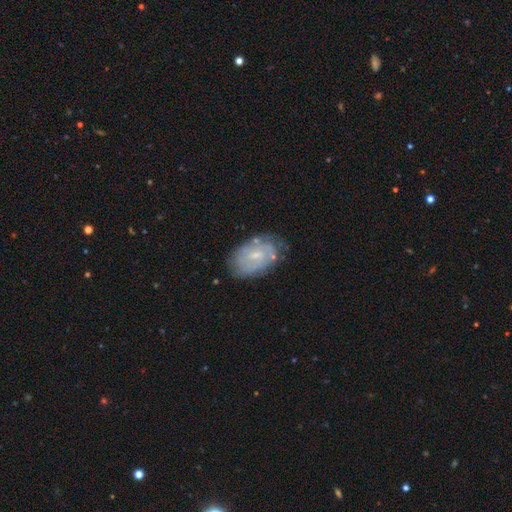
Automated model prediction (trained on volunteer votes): Smooth or featured: featured or disk — 67% (smooth — 26%)
Edge-on disk: no — 96% (yes — 4%)
Bar: no — 50% (weak — 44%)
Spiral arms: yes — 76% (no — 24%)
Bulge size: small — 61% (moderate — 29%)
Merging: none — 68% (minor disturbance — 22%)